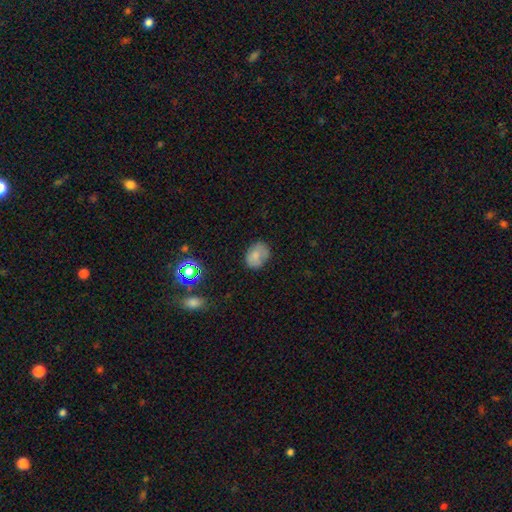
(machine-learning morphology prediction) A smooth galaxy with no disk features (74%) that is in between round and cigar-shaped (61%). Merging: none (62%).